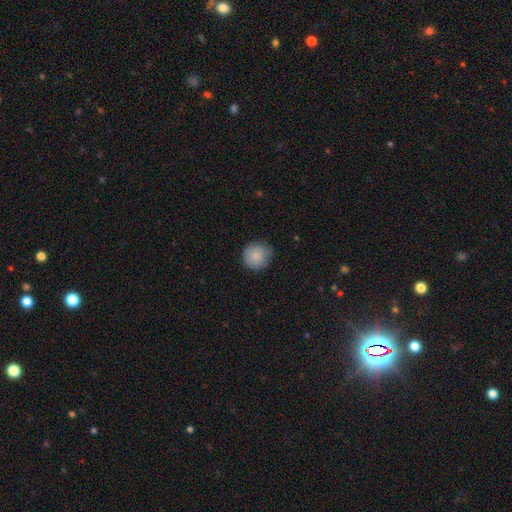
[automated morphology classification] Q: Smooth or featured?
A: smooth (85%); runner-up: featured or disk (8%)
Q: How rounded?
A: round (91%); runner-up: in between (8%)
Q: Merging?
A: none (77%); runner-up: minor disturbance (18%)